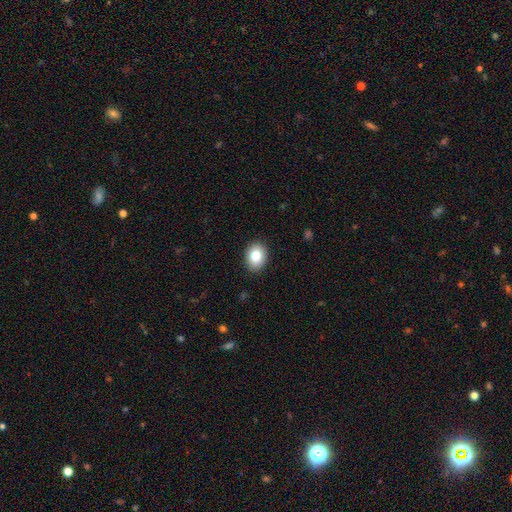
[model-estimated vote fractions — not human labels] A smooth galaxy with no disk features (83%) that is in between round and cigar-shaped (63%).

Vote fractions:
- Smooth or featured? smooth: 83% / featured or disk: 8% / star or artifact: 8%
- How rounded? in between: 63% / round: 36% / cigar-shaped: 1%
- Merging? none: 90% / minor disturbance: 8% / major disturbance: 2% / merger: 1%